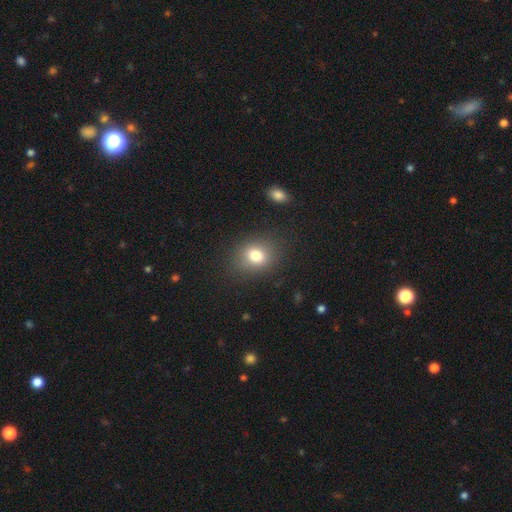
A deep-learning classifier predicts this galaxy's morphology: smooth 78%, star or artifact 12%, featured or disk 10%. Down the decision tree: how rounded — round (51%); merging — none (83%).